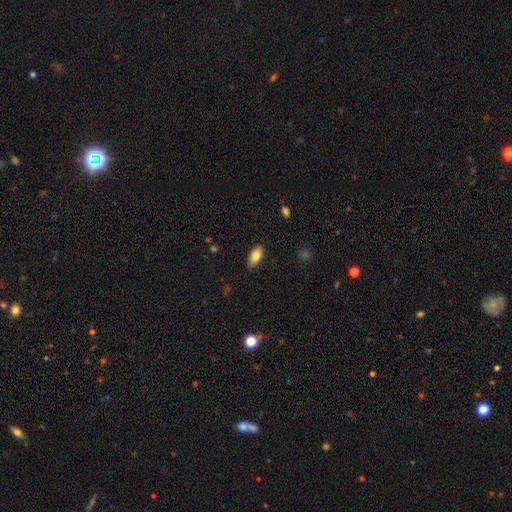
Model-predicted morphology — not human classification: Smooth or featured? Predicted: smooth (p=0.83). How rounded? Predicted: in between (p=0.90). Merging? Predicted: none (p=0.86).